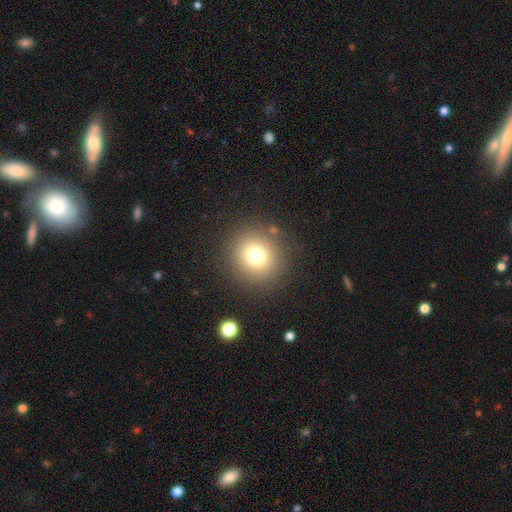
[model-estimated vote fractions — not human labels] Smooth or featured? smooth (73%)
How rounded? round (92%)
Merging? none (87%)